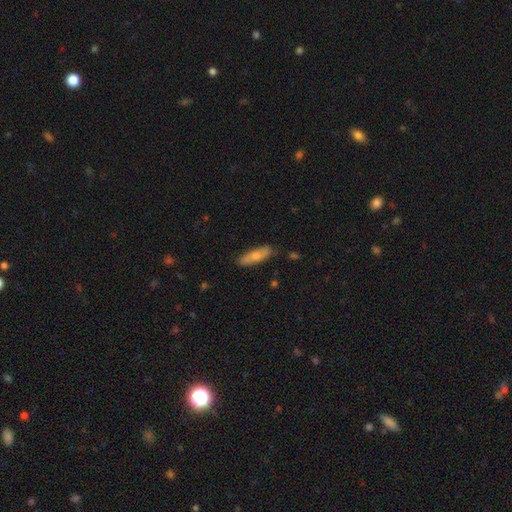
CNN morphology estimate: smooth-or-featured: smooth: 73% | featured or disk: 21% | star or artifact: 6%
  how-rounded: cigar-shaped: 57% | in between: 41% | round: 2%
  merging: none: 81% | minor disturbance: 15% | major disturbance: 3% | merger: 2%